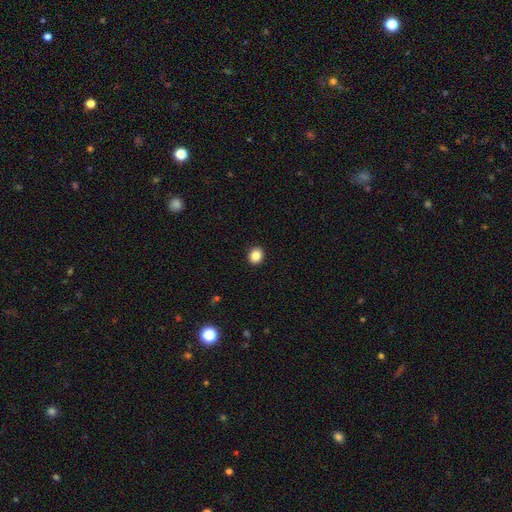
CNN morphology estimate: A smooth galaxy with no disk features (87%) that is round (79%).

Vote fractions:
- Smooth or featured? smooth: 87% / star or artifact: 10% / featured or disk: 3%
- How rounded? round: 79% / in between: 20% / cigar-shaped: 1%
- Merging? none: 93% / minor disturbance: 5% / major disturbance: 2% / merger: 1%